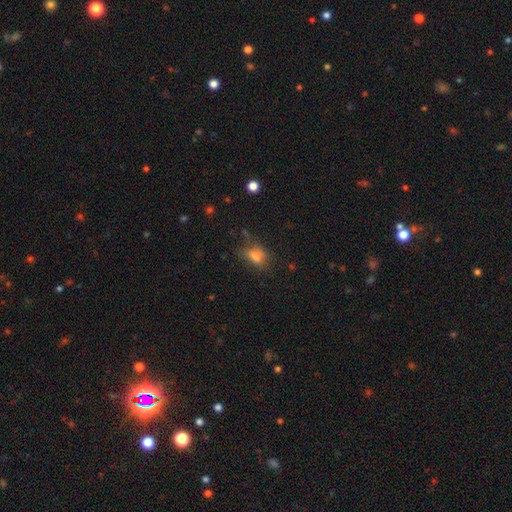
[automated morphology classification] A smooth galaxy with no disk features (76%) that is in between round and cigar-shaped (75%). Merging: none (56%).